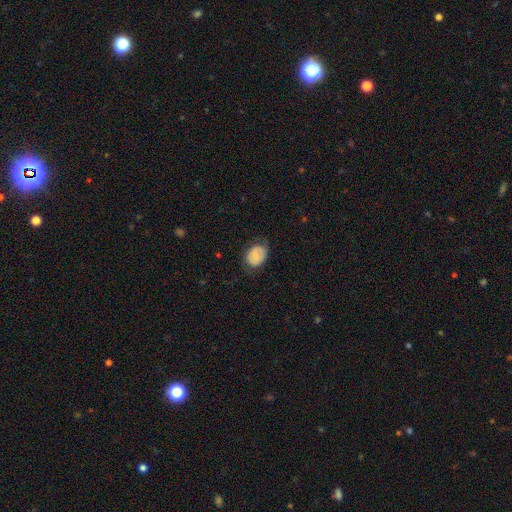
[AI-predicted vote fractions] This is likely a smooth galaxy (70%). How rounded: possibly in between (56%). Merging: likely none (73%).